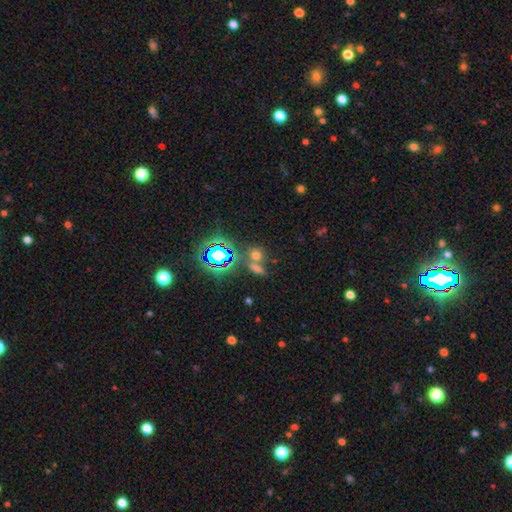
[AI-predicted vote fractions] Overall: smooth (56%; star or artifact 34%). How rounded: round (61%; in between 34%). Merging: none (52%; merger 36%).